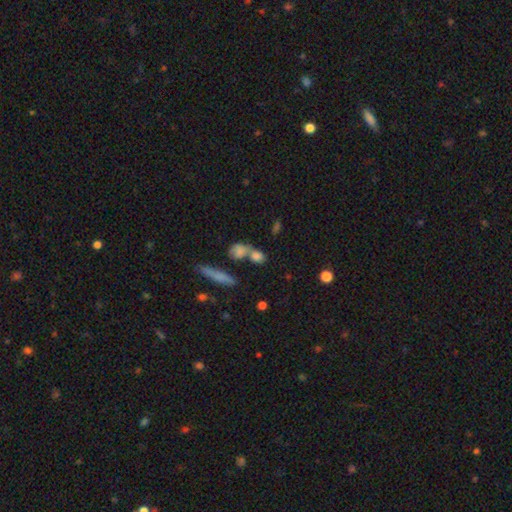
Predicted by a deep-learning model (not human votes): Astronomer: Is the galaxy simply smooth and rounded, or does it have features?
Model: smooth — 74%.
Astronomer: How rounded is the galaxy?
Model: in between — 52% (runner-up: round, 36%).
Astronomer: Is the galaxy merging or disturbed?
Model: none — 43% (runner-up: merger, 41%).